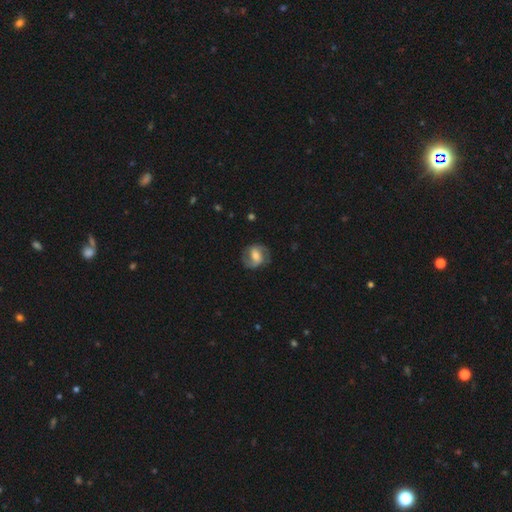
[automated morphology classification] Q: Smooth or featured?
A: featured or disk (69%); runner-up: smooth (24%)
Q: Edge-on disk?
A: no (97%); runner-up: yes (3%)
Q: Bar?
A: weak (46%); runner-up: strong (30%)
Q: Spiral arms?
A: yes (90%); runner-up: no (10%)
Q: Spiral winding?
A: medium (49%); runner-up: tight (28%)
Q: Spiral arm count?
A: 2 (87%); runner-up: can't tell (6%)
Q: Bulge size?
A: moderate (53%); runner-up: small (27%)
Q: Merging?
A: none (77%); runner-up: minor disturbance (15%)